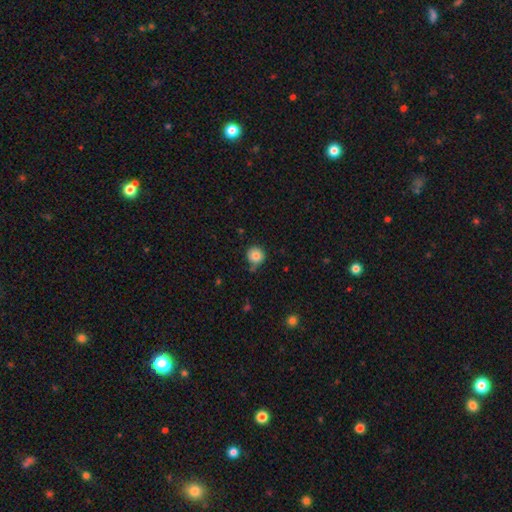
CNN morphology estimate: This is clearly a smooth galaxy (82%). How rounded: clearly round (93%). Merging: likely none (76%).